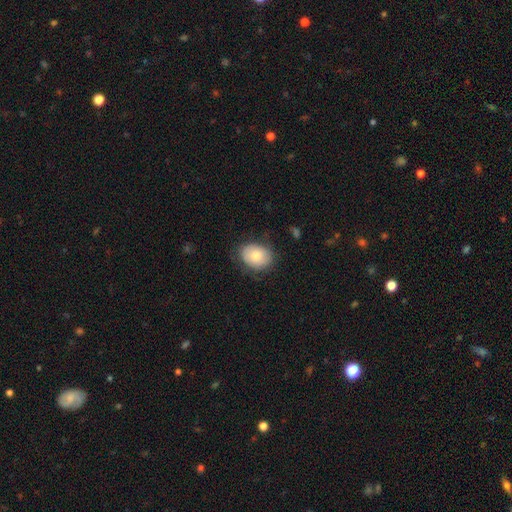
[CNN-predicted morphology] This is likely a smooth galaxy (77%). How rounded: likely in between (62%). Merging: likely none (75%).